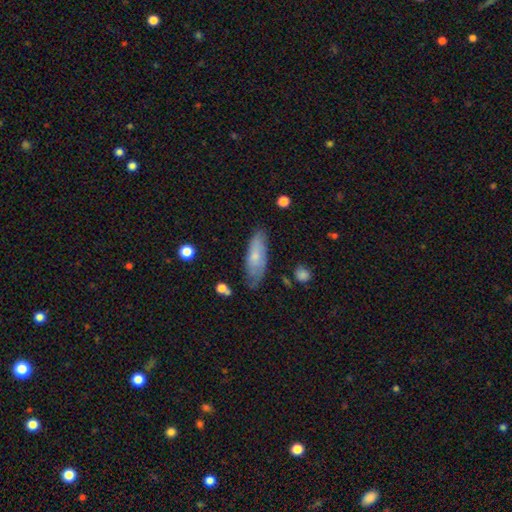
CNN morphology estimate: This appears to be a smooth galaxy with no disk features (61%) that is in between round and cigar-shaped (68%). Merging: none (68%).